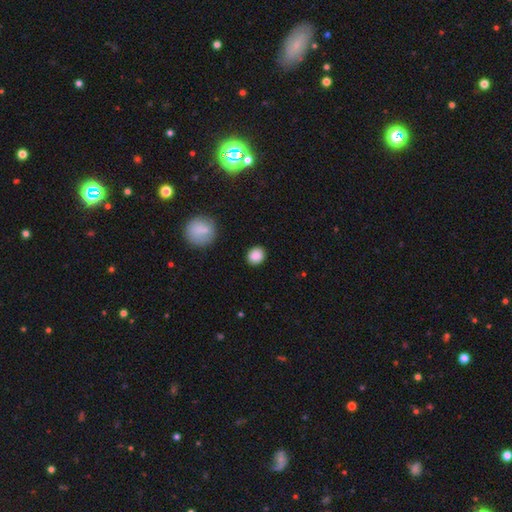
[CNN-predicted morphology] Q: Smooth or featured?
A: smooth (87%); runner-up: star or artifact (9%)
Q: How rounded?
A: round (69%); runner-up: in between (30%)
Q: Merging?
A: none (88%); runner-up: minor disturbance (8%)